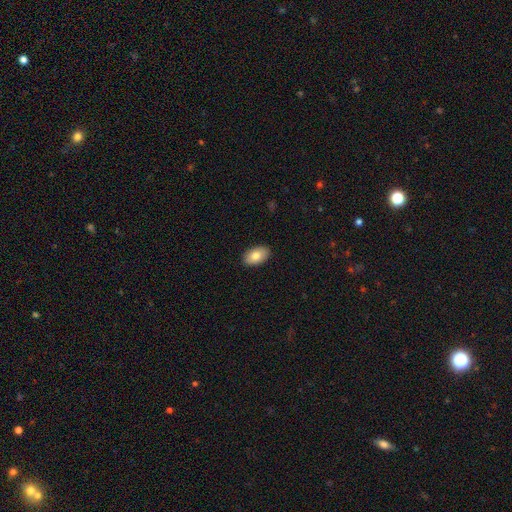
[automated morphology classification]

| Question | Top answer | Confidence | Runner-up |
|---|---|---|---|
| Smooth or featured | smooth | 80% | featured or disk (13%) |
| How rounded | in between | 93% | round (6%) |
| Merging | none | 90% | minor disturbance (8%) |